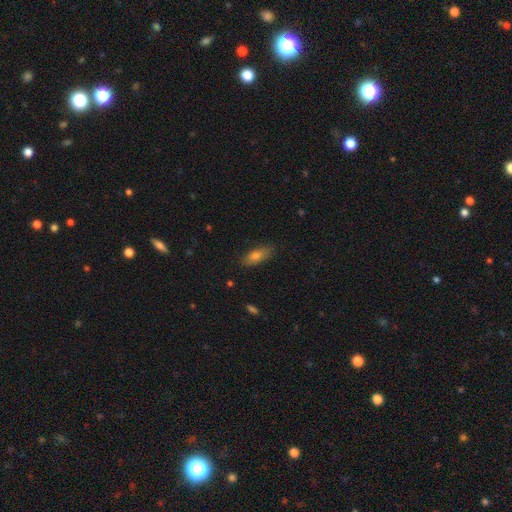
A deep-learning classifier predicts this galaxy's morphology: This is likely a smooth galaxy (74%). How rounded: likely in between (71%). Merging: clearly none (83%).